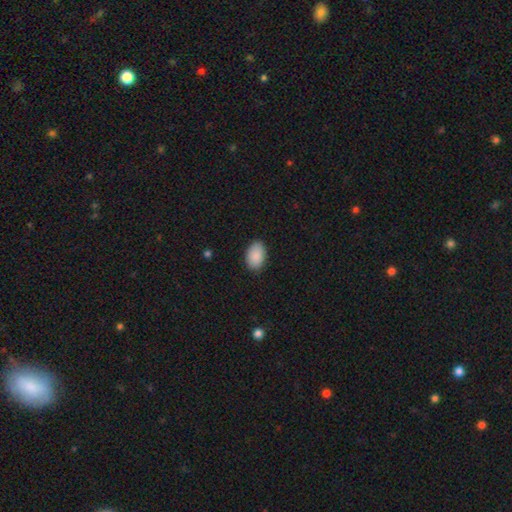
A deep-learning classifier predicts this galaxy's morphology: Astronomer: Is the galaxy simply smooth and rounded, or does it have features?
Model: smooth — 90%.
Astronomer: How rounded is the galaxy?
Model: in between — 91%.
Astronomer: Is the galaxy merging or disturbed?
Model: none — 85%.